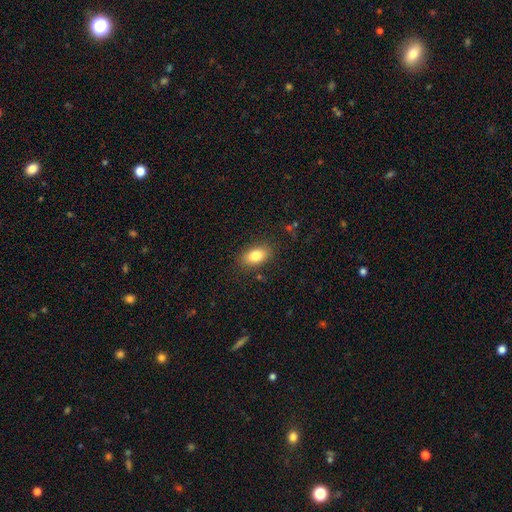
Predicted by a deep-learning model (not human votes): smooth 82%, featured or disk 10%, star or artifact 8%. Down the decision tree: how rounded — in between (89%); merging — none (84%).